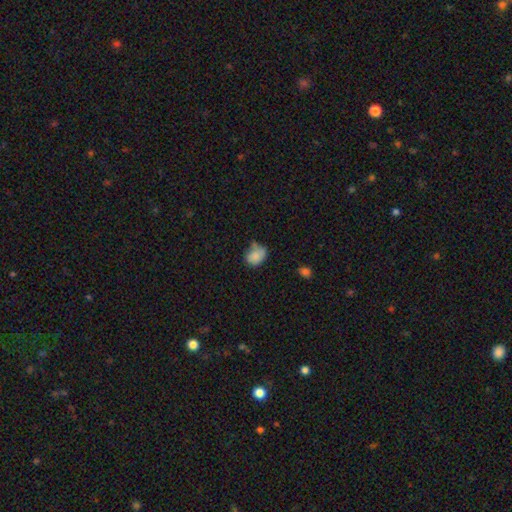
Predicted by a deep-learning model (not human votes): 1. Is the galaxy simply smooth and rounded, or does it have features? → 82% smooth, 9% star or artifact, 9% featured or disk.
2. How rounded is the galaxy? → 56% in between, 43% round, 1% cigar-shaped.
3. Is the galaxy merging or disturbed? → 50% none, 32% minor disturbance, 10% merger, 8% major disturbance.